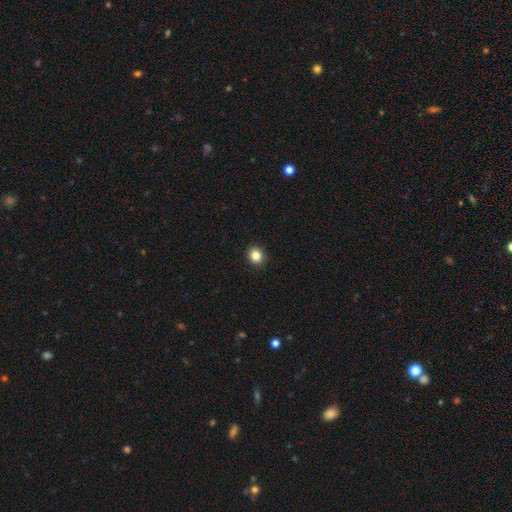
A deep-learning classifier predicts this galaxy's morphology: Overall: smooth (85%). How rounded: round (80%). Merging: none (92%).